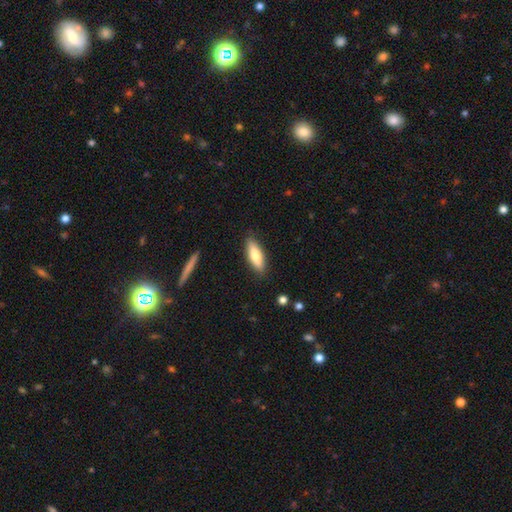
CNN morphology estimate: The model was most divided on "how rounded": in between: 50%, cigar-shaped: 48%, round: 2%. More confident: merging — none (87%); smooth or featured — smooth (66%).